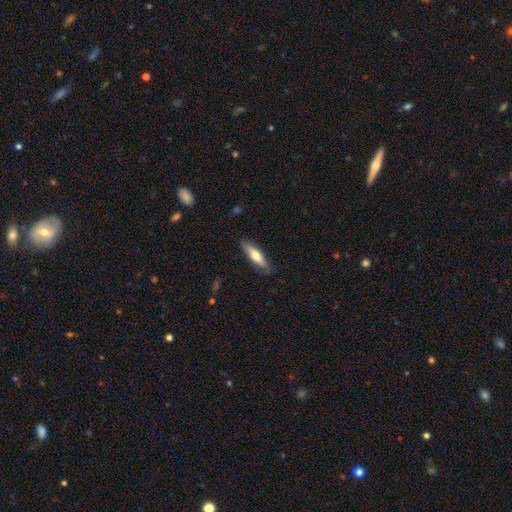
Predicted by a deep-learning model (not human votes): A smooth galaxy with no disk features (63%) that is cigar-shaped (64%). Merging: none (82%).